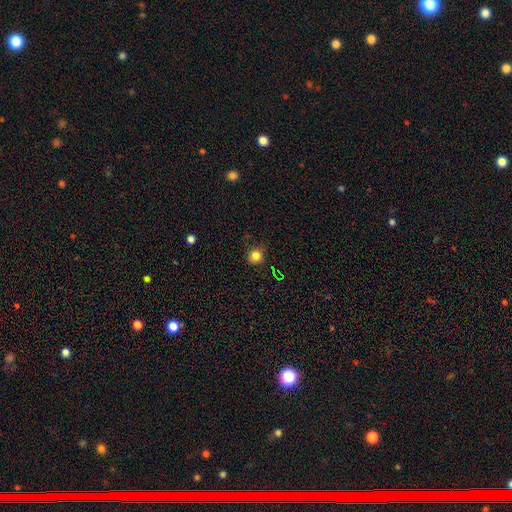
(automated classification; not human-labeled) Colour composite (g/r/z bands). It shows a smooth galaxy with no disk features (81%) that is round (91%). Merging: none (86%).